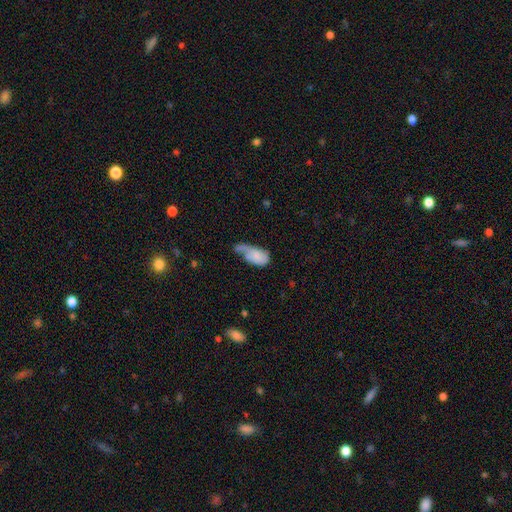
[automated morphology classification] Smooth or featured: smooth — 60% (featured or disk — 32%)
How rounded: in between — 91% (round — 5%)
Merging: major disturbance — 35% (minor disturbance — 32%)